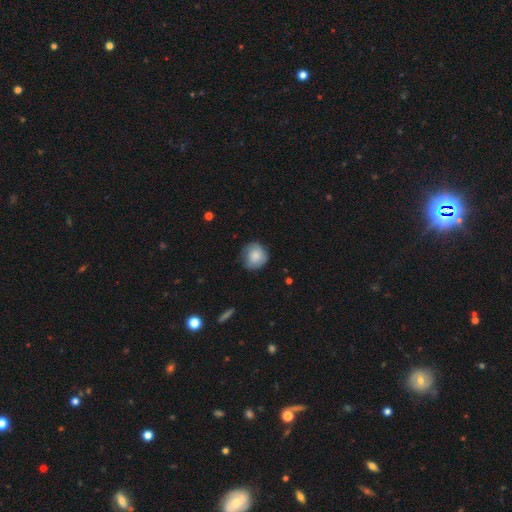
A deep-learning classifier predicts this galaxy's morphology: smooth-or-featured: smooth: 80% | featured or disk: 13% | star or artifact: 8%
  how-rounded: round: 86% | in between: 13% | cigar-shaped: 1%
  merging: none: 66% | minor disturbance: 27% | major disturbance: 6% | merger: 1%